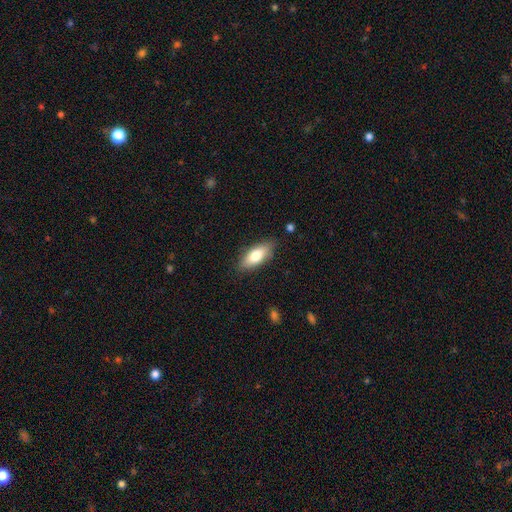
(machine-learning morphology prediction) Smooth or featured: smooth — 74% (featured or disk — 20%)
How rounded: in between — 76% (cigar-shaped — 22%)
Merging: none — 84% (minor disturbance — 12%)